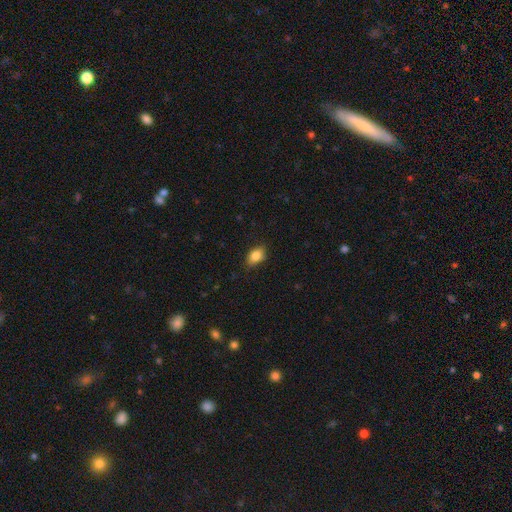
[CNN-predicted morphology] This is clearly a smooth galaxy (85%). How rounded: clearly in between (83%). Merging: clearly none (82%).